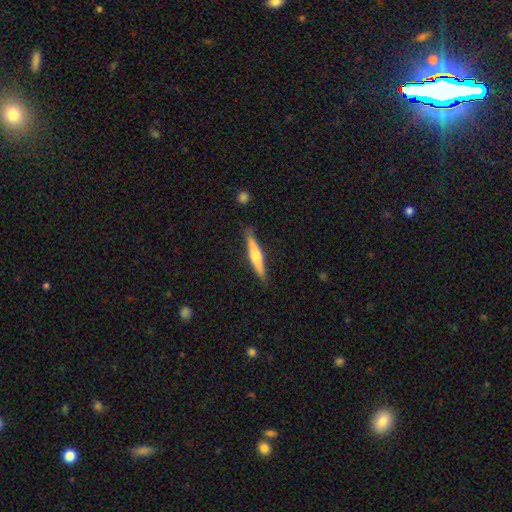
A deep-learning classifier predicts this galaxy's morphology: Smooth or featured?
  - featured or disk: 50% *
  - smooth: 44%
  - star or artifact: 6%
Edge-on disk?
  - yes: 96% *
  - no: 4%
Merging?
  - none: 84% *
  - minor disturbance: 12%
  - major disturbance: 2%
  - merger: 2%